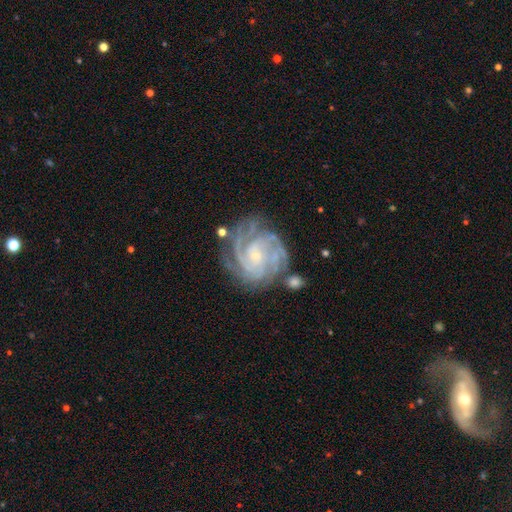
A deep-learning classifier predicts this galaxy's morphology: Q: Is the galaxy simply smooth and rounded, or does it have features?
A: featured or disk — 88%.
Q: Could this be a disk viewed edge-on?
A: no — 98%.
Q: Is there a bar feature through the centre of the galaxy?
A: no — 69%.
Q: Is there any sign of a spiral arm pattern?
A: yes — 98%.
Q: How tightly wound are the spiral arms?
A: tight — 75%.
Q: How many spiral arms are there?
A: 4 — 32%.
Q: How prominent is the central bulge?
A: small — 77%.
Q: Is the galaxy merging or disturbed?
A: none — 69%.